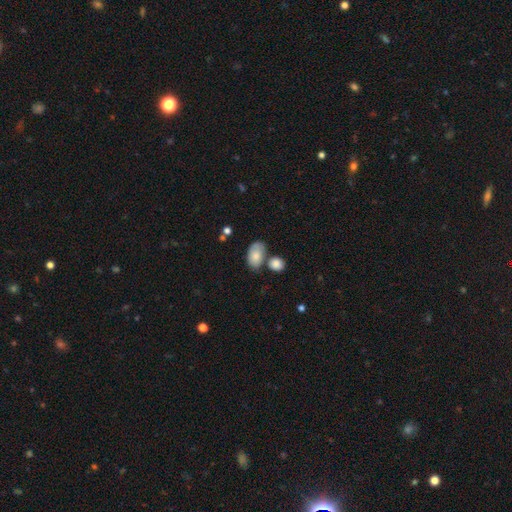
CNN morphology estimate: smooth-or-featured: smooth: 78% | featured or disk: 15% | star or artifact: 7%
  how-rounded: in between: 89% | round: 9% | cigar-shaped: 2%
  merging: none: 49% | merger: 22% | minor disturbance: 22% | major disturbance: 7%